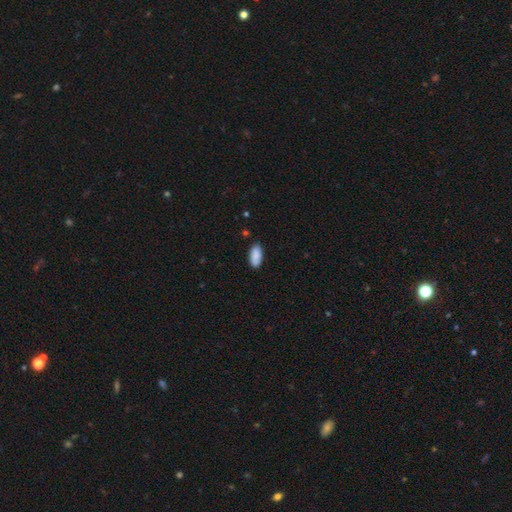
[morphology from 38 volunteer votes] Smooth or featured?
  - smooth: 92% *
  - star or artifact: 5%
  - featured or disk: 3%
How rounded?
  - in between: 80% *
  - cigar-shaped: 11%
  - round: 9%
Merging?
  - none: 69% *
  - minor disturbance: 22%
  - merger: 6%
  - major disturbance: 3%